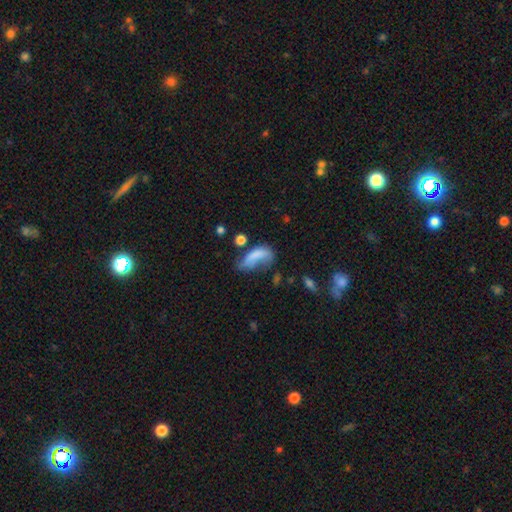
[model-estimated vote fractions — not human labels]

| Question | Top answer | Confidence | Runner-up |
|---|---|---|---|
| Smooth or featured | smooth | 65% | featured or disk (24%) |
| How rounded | in between | 77% | cigar-shaped (17%) |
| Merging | major disturbance | 40% | minor disturbance (24%) |